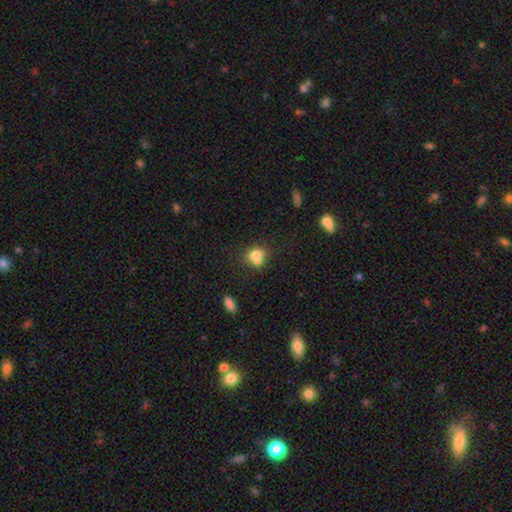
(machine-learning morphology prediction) Smooth or featured?
  - smooth: 74% *
  - featured or disk: 15%
  - star or artifact: 11%
How rounded?
  - round: 68% *
  - in between: 31%
  - cigar-shaped: 1%
Merging?
  - merger: 45% *
  - none: 40%
  - minor disturbance: 11%
  - major disturbance: 4%